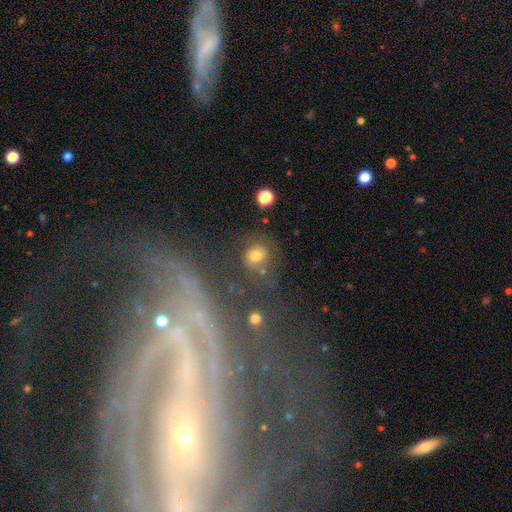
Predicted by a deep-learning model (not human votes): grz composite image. It shows a smooth galaxy with no disk features (63%) that is round (75%). Merging: none (56%).